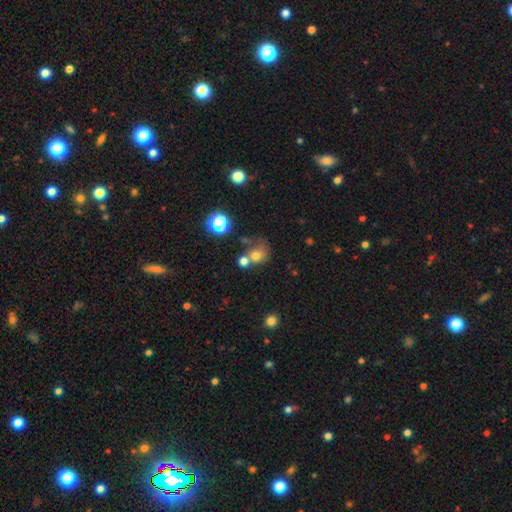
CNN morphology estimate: A smooth galaxy with no disk features (68%) that is round (73%). Merging: merger (42%).